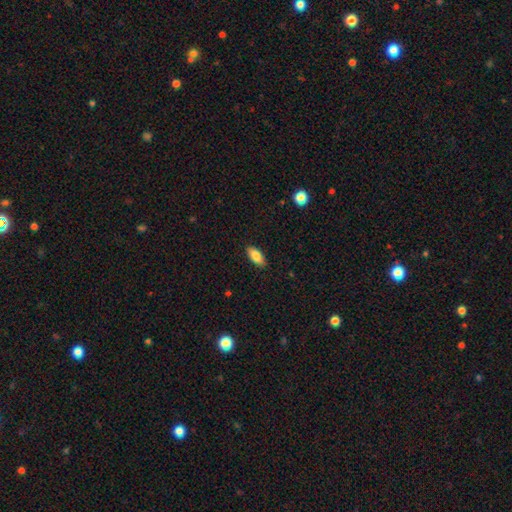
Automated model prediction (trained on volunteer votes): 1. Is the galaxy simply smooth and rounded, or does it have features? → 83% smooth, 10% featured or disk, 7% star or artifact.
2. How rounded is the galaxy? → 90% in between, 8% cigar-shaped, 2% round.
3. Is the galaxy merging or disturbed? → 88% none, 9% minor disturbance, 2% major disturbance, 1% merger.